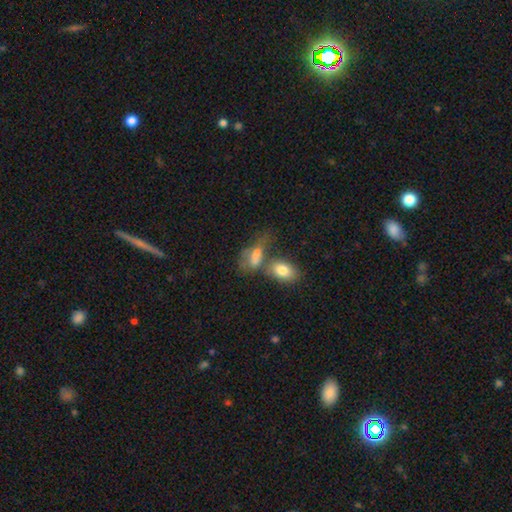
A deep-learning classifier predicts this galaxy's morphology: Smooth or featured? smooth (68%)
How rounded? in between (87%)
Merging? merger (44%)